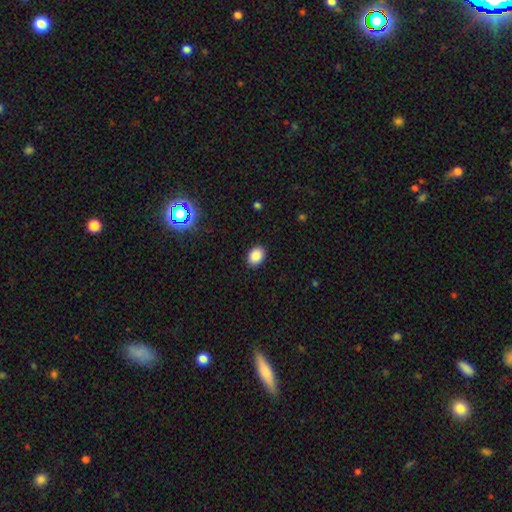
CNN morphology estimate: smooth_or_featured: smooth (p=0.87) [alt: star or artifact p=0.10]
how_rounded: in between (p=0.72) [alt: round p=0.27]
merging: none (p=0.90) [alt: minor disturbance p=0.07]